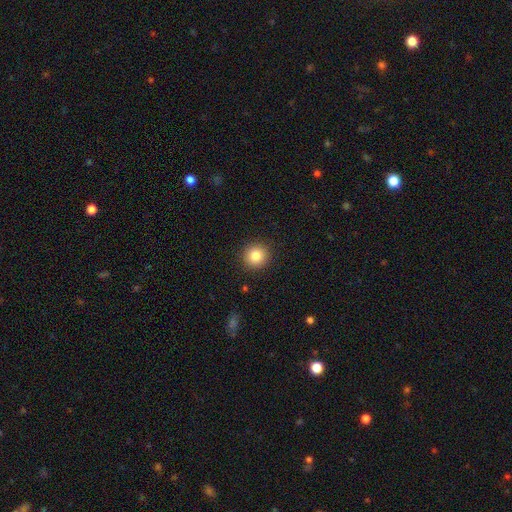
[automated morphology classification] Smooth or featured: smooth — 84% (star or artifact — 10%)
How rounded: round — 93% (in between — 6%)
Merging: none — 91% (minor disturbance — 6%)